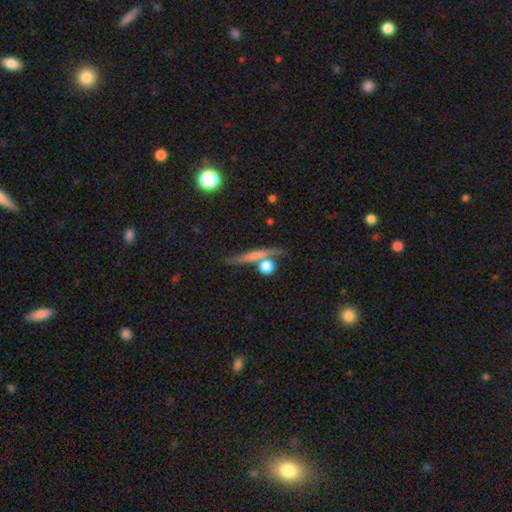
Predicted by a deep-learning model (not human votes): smooth_or_featured: smooth (p=0.51) [alt: featured or disk p=0.39]
how_rounded: cigar-shaped (p=0.71) [alt: round p=0.17]
merging: none (p=0.65) [alt: merger p=0.15]